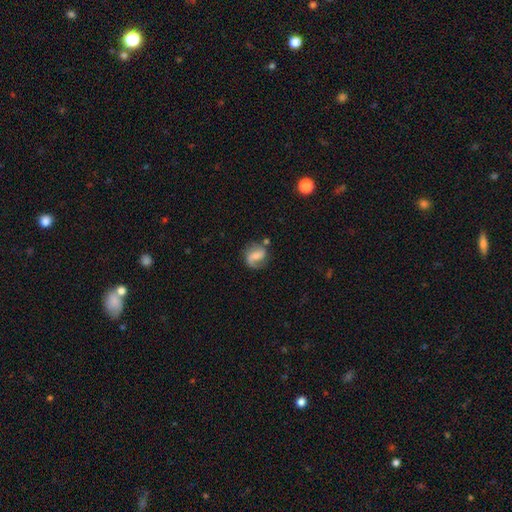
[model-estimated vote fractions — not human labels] smooth_or_featured: featured or disk (p=0.65) [alt: smooth p=0.28]
disk_edge_on: no (p=0.97) [alt: yes p=0.03]
bar: weak (p=0.45) [alt: no p=0.31]
has_spiral_arms: yes (p=0.90) [alt: no p=0.10]
spiral_winding: medium (p=0.43) [alt: loose p=0.36]
spiral_arm_count: 2 (p=0.61) [alt: 1 p=0.31]
bulge_size: small (p=0.39) [alt: moderate p=0.33]
merging: none (p=0.61) [alt: minor disturbance p=0.21]